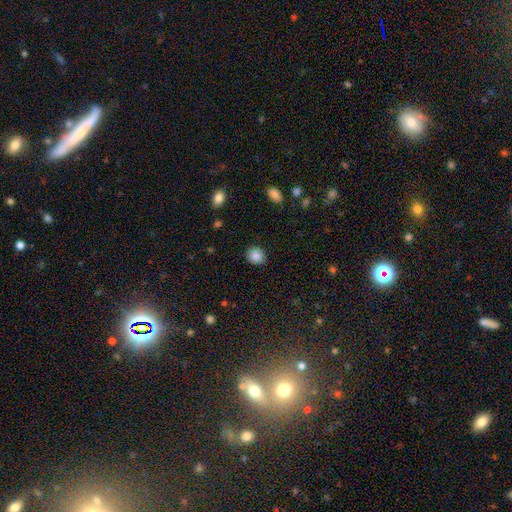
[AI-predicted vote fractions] Smooth or featured?
  - smooth: 87% *
  - star or artifact: 9%
  - featured or disk: 4%
How rounded?
  - round: 77% *
  - in between: 22%
  - cigar-shaped: 1%
Merging?
  - none: 88% *
  - minor disturbance: 8%
  - major disturbance: 2%
  - merger: 1%